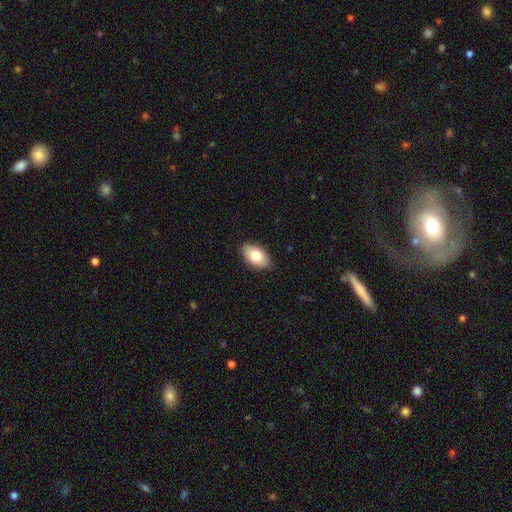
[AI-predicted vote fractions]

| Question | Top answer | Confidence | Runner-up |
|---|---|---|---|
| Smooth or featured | smooth | 78% | featured or disk (15%) |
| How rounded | in between | 93% | round (6%) |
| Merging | none | 88% | minor disturbance (9%) |